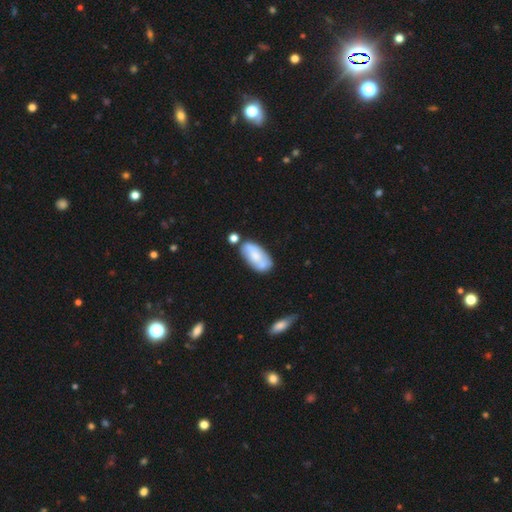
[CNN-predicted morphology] type=smooth (61%); roundness=in between (92%); merging=none (53%).